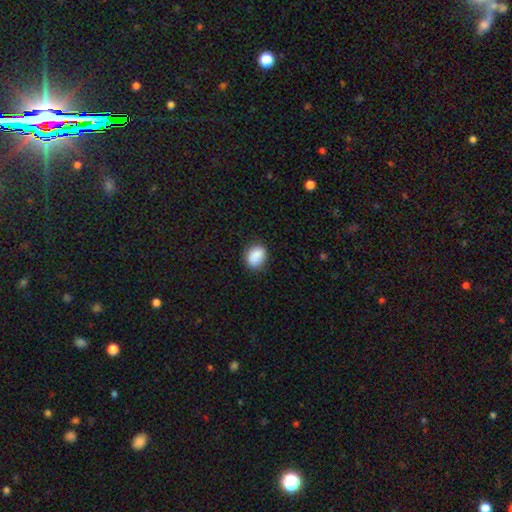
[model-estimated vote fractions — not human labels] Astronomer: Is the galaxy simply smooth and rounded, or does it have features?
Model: smooth — 88%.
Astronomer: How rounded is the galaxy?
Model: in between — 59% (runner-up: round, 40%).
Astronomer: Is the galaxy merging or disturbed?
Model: none — 81%.